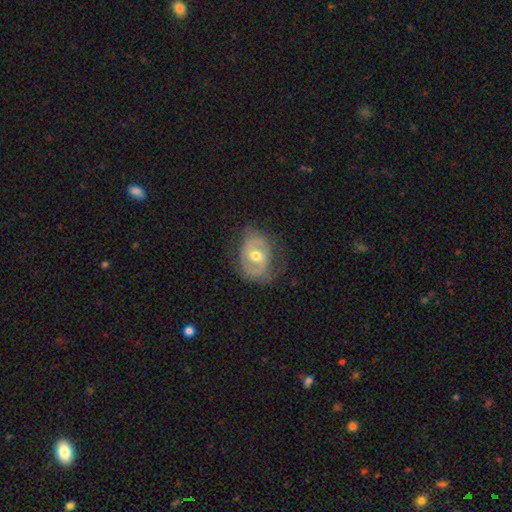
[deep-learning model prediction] Overall: featured or disk (64%; smooth 29%). Edge-on disk: no (95%). Bar: no (50%; weak 35%). Spiral arms: yes (54%; no 46%). Bulge size: moderate (77%). Merging: none (60%; minor disturbance 25%).